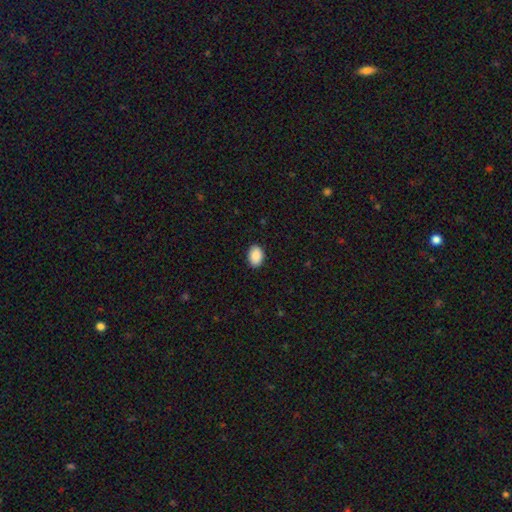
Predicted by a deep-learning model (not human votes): smooth 91%, star or artifact 7%, featured or disk 3%. Down the decision tree: how rounded — in between (82%); merging — none (90%).